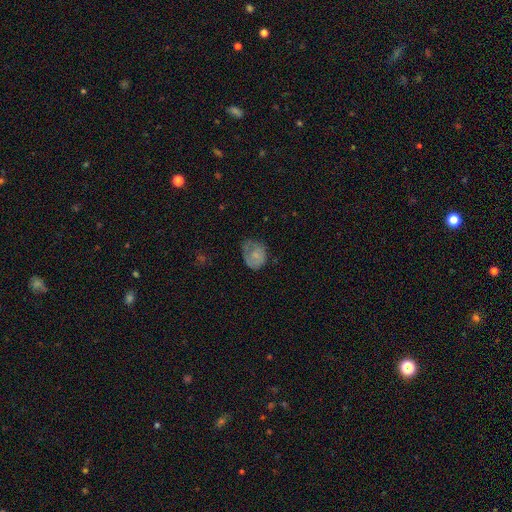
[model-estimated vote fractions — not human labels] Smooth or featured? smooth (66%)
How rounded? round (50%)
Merging? none (40%)